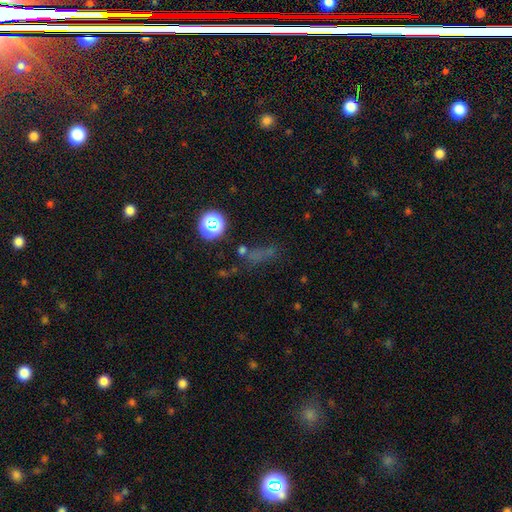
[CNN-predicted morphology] A star or artifact, not a galaxy (43%).

Vote fractions:
- Smooth or featured? star or artifact: 43% / smooth: 42% / featured or disk: 15%